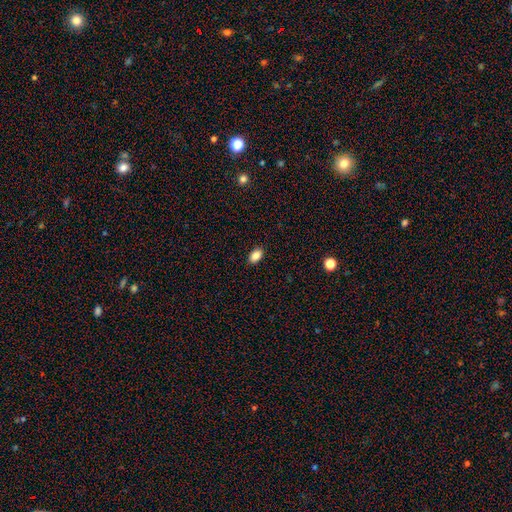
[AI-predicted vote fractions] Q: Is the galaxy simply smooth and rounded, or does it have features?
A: smooth — 86%.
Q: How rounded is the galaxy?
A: in between — 90%.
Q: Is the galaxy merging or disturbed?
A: none — 89%.